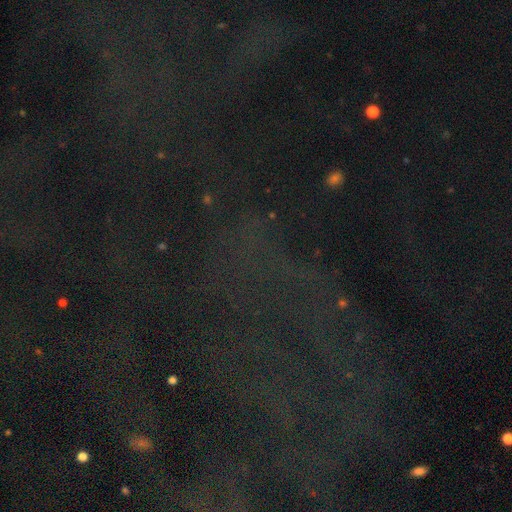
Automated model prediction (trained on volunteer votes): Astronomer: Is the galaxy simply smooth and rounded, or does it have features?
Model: star or artifact — 80%.